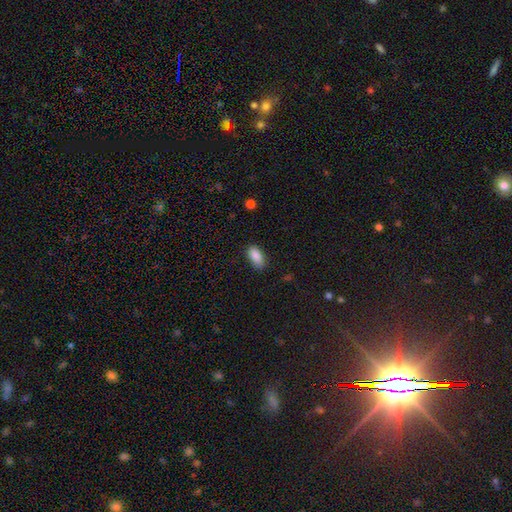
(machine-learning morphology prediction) type=smooth (88%); roundness=in between (91%); merging=none (83%).